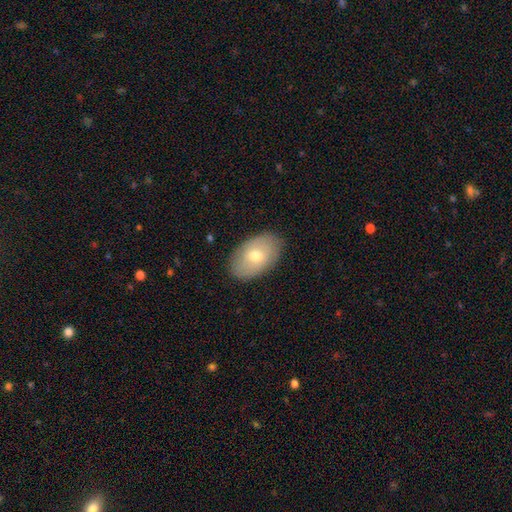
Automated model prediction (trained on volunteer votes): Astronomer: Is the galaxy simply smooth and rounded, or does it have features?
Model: smooth — 66%.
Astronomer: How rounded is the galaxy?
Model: in between — 90%.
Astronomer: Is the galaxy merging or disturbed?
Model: none — 85%.